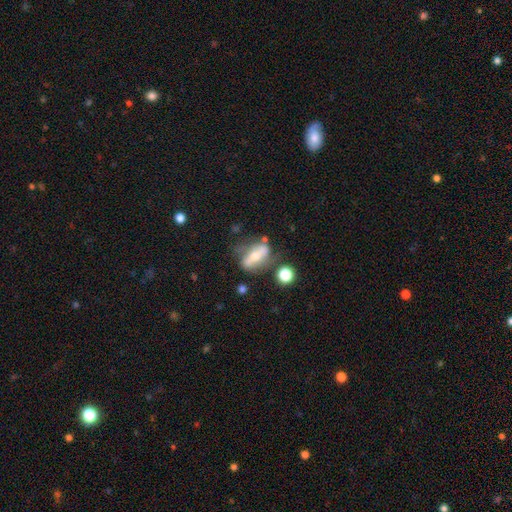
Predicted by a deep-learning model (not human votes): Smooth or featured? Predicted: featured or disk (p=0.58). Edge-on disk? Predicted: no (p=0.76). Merging? Predicted: none (p=0.55).